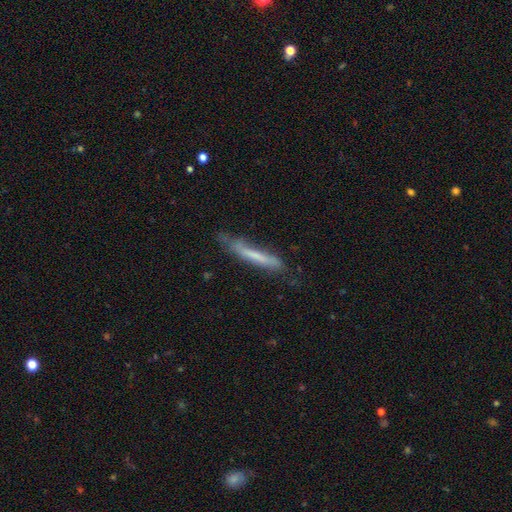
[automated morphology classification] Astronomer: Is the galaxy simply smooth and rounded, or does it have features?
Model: smooth — 55% (runner-up: featured or disk, 38%).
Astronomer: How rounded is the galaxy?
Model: cigar-shaped — 94%.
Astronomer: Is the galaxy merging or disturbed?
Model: none — 60%.